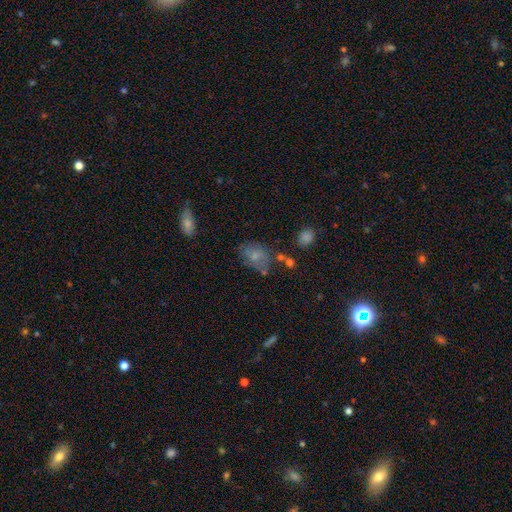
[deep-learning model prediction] Smooth or featured? smooth (63%)
How rounded? in between (75%)
Merging? none (50%)